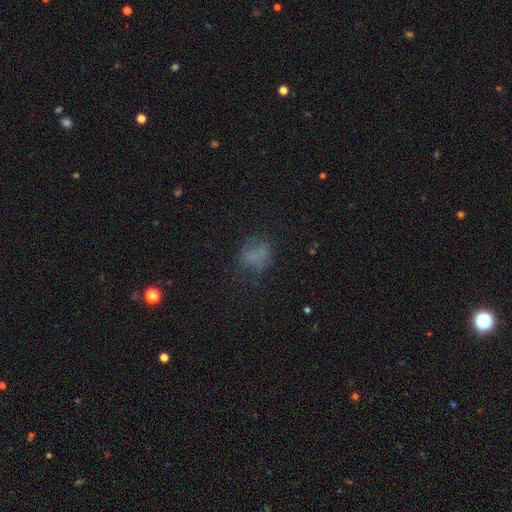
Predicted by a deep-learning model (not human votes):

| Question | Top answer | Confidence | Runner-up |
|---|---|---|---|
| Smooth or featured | smooth | 64% | featured or disk (18%) |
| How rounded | round | 49% | tied: in between (49%) |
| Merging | none | 55% | minor disturbance (23%) |